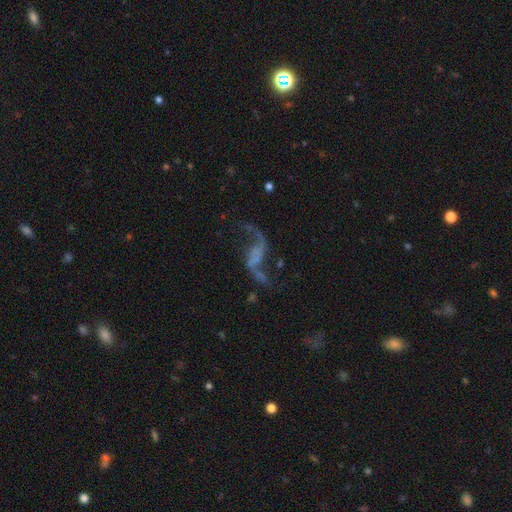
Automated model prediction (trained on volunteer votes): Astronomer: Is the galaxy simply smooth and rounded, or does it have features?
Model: featured or disk — 83%.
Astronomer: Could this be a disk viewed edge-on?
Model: no — 96%.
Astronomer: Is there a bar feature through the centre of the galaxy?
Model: no — 50% (runner-up: weak, 31%).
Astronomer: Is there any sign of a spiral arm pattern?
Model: yes — 90%.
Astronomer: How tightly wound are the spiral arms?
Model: loose — 92%.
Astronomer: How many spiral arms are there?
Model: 2 — 90%.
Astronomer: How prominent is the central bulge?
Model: none — 64%.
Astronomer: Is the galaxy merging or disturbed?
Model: none — 55%.